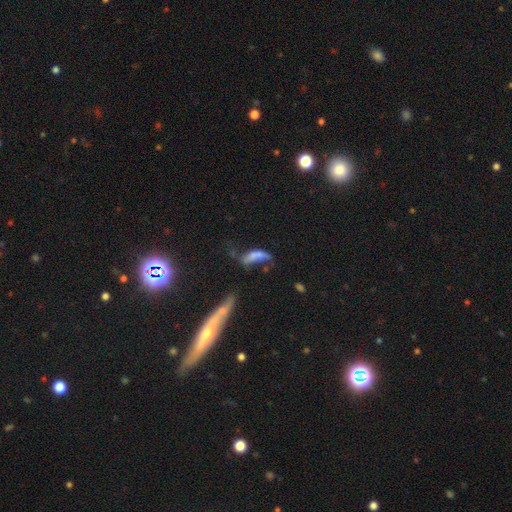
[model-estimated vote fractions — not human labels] Smooth or featured? smooth (52%)
How rounded? in between (63%)
Merging? major disturbance (39%)